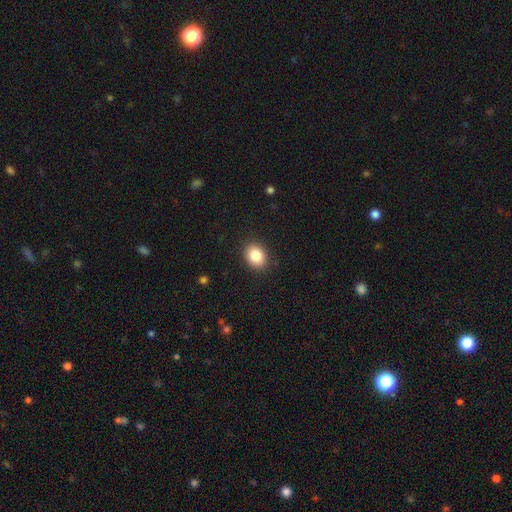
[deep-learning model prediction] Smooth or featured?
  - smooth: 85% *
  - star or artifact: 9%
  - featured or disk: 6%
How rounded?
  - in between: 53% *
  - round: 47%
  - cigar-shaped: 1%
Merging?
  - none: 89% *
  - minor disturbance: 8%
  - major disturbance: 2%
  - merger: 1%